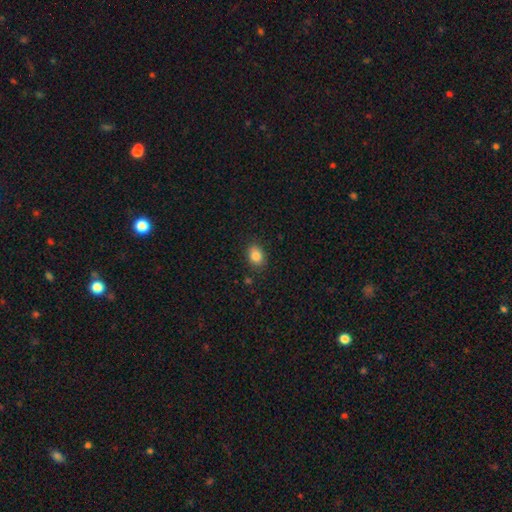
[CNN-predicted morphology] A smooth galaxy with no disk features (84%) that is in between round and cigar-shaped (67%).

Vote fractions:
- Smooth or featured? smooth: 84% / star or artifact: 9% / featured or disk: 6%
- How rounded? in between: 67% / round: 32% / cigar-shaped: 1%
- Merging? none: 85% / minor disturbance: 11% / major disturbance: 3% / merger: 2%